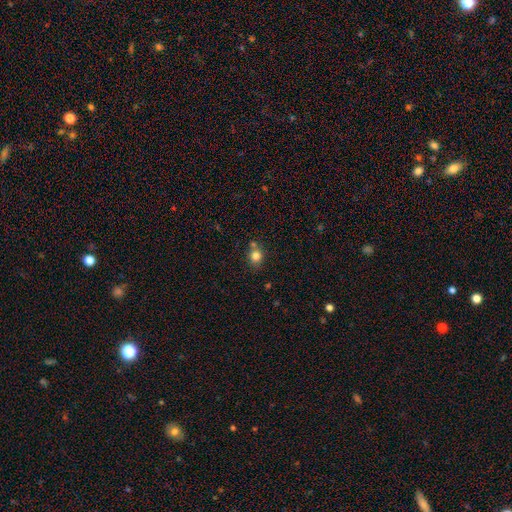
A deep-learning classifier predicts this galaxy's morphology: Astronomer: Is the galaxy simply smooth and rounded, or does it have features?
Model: smooth — 80%.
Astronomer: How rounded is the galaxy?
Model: round — 74%.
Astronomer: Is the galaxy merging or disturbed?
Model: none — 64%.